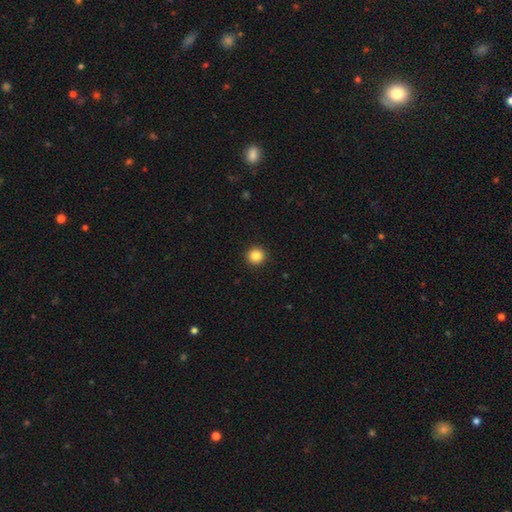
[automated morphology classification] This appears to be a smooth galaxy with no disk features (86%) that is round (95%). Merging: none (93%).